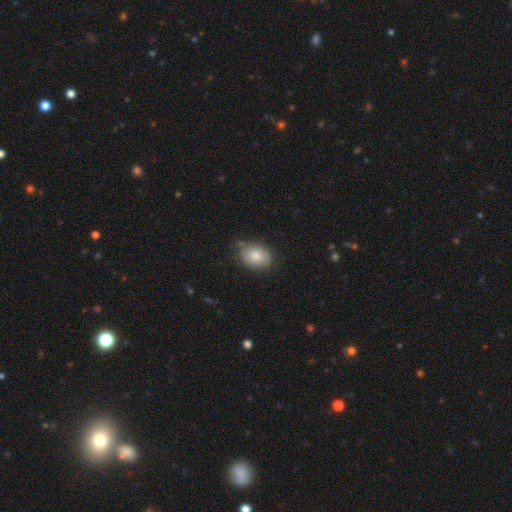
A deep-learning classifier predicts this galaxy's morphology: The model was most divided on "how rounded": in between: 70%, round: 29%, cigar-shaped: 1%. More confident: smooth or featured — smooth (81%); merging — none (71%).